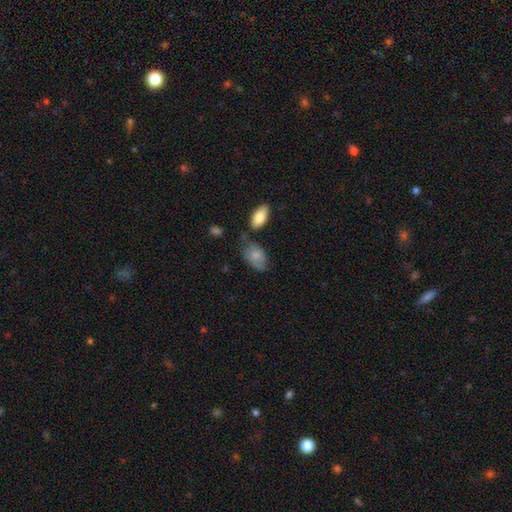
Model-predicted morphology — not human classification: smooth 75%, featured or disk 18%, star or artifact 7%. Down the decision tree: how rounded — in between (92%); merging — none (47%).